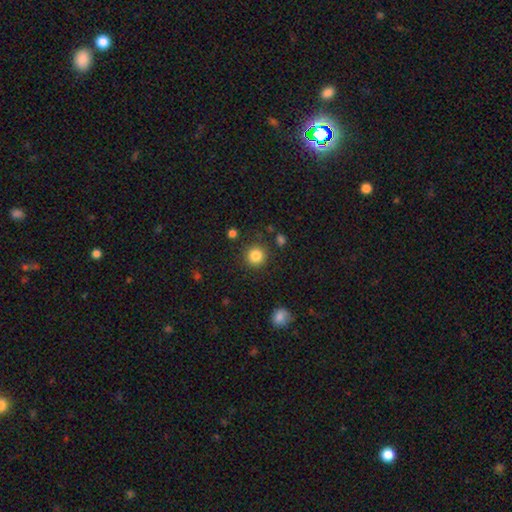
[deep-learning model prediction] Overall: smooth (85%). How rounded: round (93%). Merging: none (88%).